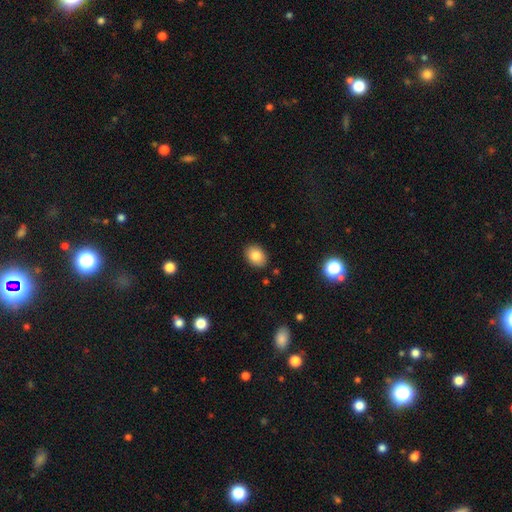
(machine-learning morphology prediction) smooth_or_featured: smooth (p=0.82) [alt: star or artifact p=0.10]
how_rounded: in between (p=0.63) [alt: round p=0.36]
merging: none (p=0.88) [alt: minor disturbance p=0.08]